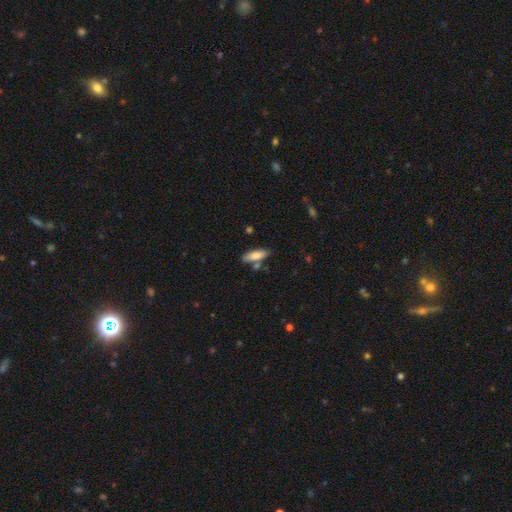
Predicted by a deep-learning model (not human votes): smooth 78%, featured or disk 16%, star or artifact 6%. Down the decision tree: how rounded — in between (63%); merging — none (72%).